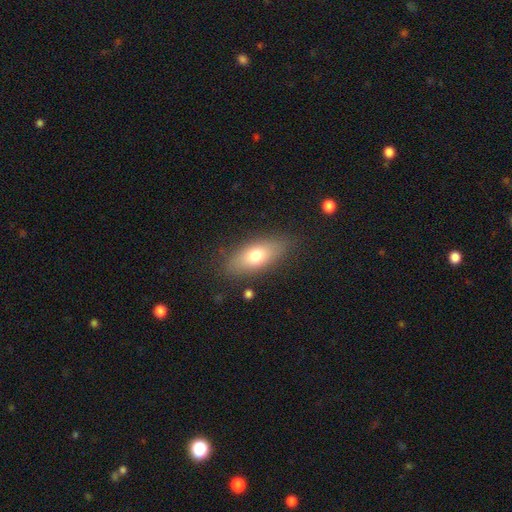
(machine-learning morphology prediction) smooth_or_featured: smooth (p=0.72) [alt: featured or disk p=0.21]
how_rounded: in between (p=0.77) [alt: cigar-shaped p=0.18]
merging: none (p=0.83) [alt: minor disturbance p=0.12]